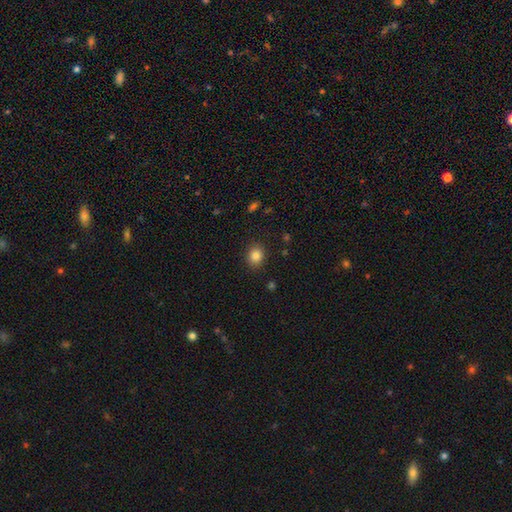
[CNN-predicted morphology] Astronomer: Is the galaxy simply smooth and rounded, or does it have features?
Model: smooth — 84%.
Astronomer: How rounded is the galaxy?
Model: round — 65%.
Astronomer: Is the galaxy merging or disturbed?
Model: none — 88%.